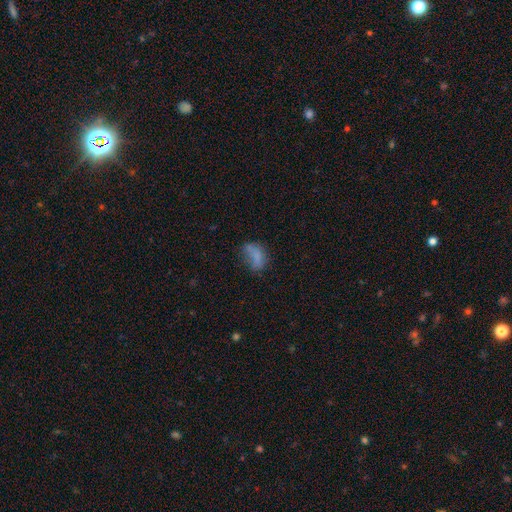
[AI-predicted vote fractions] A smooth galaxy with no disk features (68%) that is in between round and cigar-shaped (85%). Merging: none (37%).